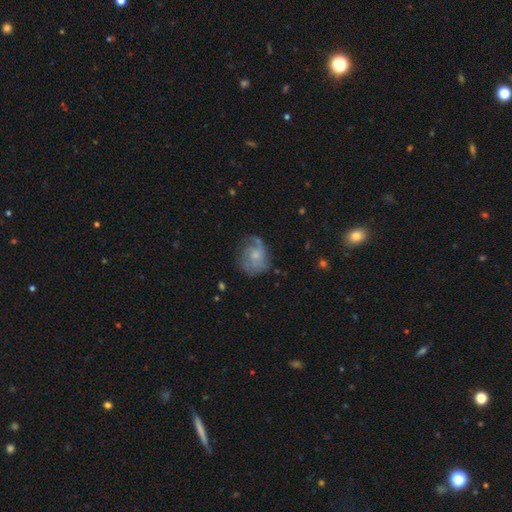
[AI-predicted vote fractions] Morphology: type=featured or disk (58%); edge-on=no (98%); bar=no (75%); spiral arms=yes (79%); bulge=small (56%); merging=none (51%).